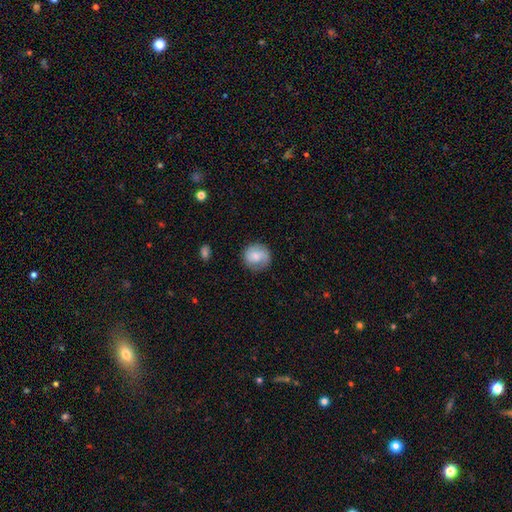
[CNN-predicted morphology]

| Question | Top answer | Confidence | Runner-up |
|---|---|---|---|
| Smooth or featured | smooth | 67% | featured or disk (25%) |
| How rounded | round | 88% | in between (11%) |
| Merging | none | 78% | minor disturbance (16%) |